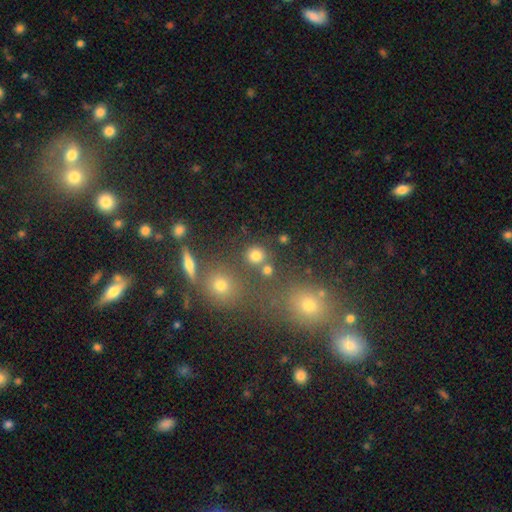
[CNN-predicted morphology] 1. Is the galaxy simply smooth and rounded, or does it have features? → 76% smooth, 16% star or artifact, 7% featured or disk.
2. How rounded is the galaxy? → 89% round, 9% in between, 1% cigar-shaped.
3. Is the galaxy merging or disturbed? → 76% none, 12% merger, 8% minor disturbance, 4% major disturbance.